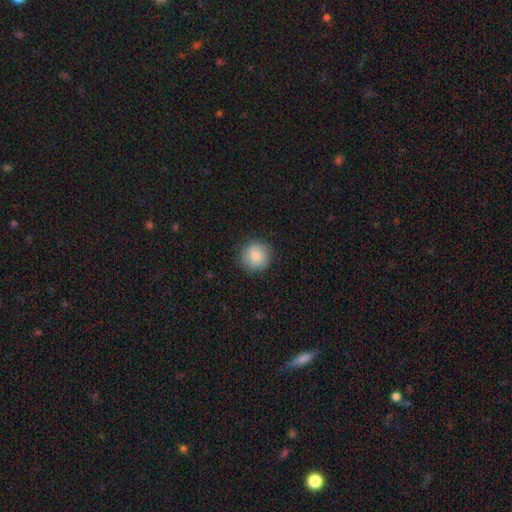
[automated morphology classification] A smooth galaxy with no disk features (82%) that is round (93%). Merging: none (87%).